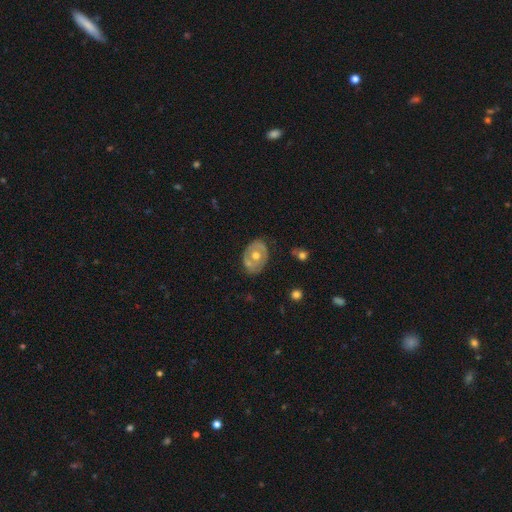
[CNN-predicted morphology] A featured or disk galaxy (56%) with no bar (89%), no spiral arms (84%) and a moderate central bulge (81%). Merging: none (75%).